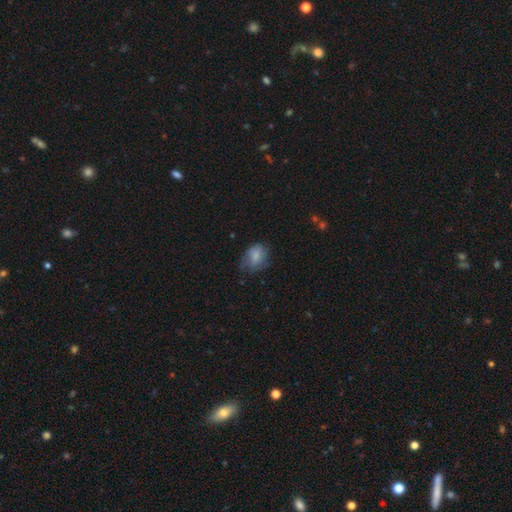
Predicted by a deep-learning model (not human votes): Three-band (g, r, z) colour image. It shows a smooth galaxy with no disk features (76%) that is in between round and cigar-shaped (63%). Merging: none (54%).